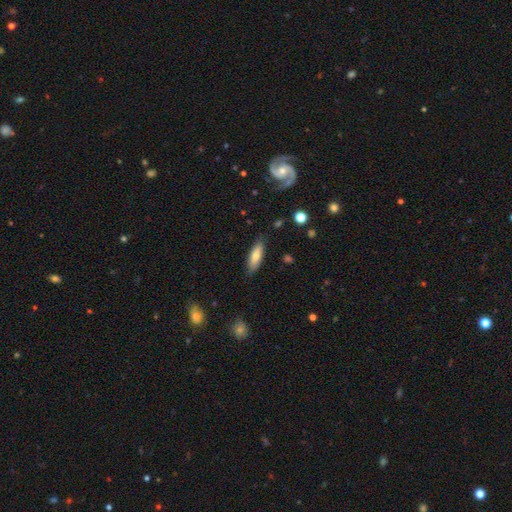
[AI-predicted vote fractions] smooth 73%, featured or disk 21%, star or artifact 6%. Down the decision tree: how rounded — in between (53%); merging — none (83%).